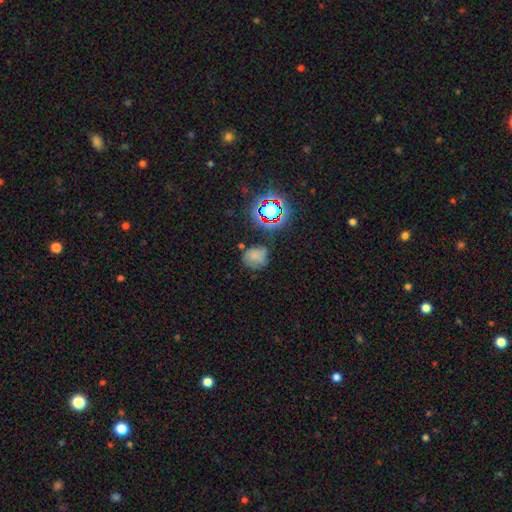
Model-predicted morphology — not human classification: A smooth galaxy with no disk features (57%) that is round (66%). Merging: none (61%).